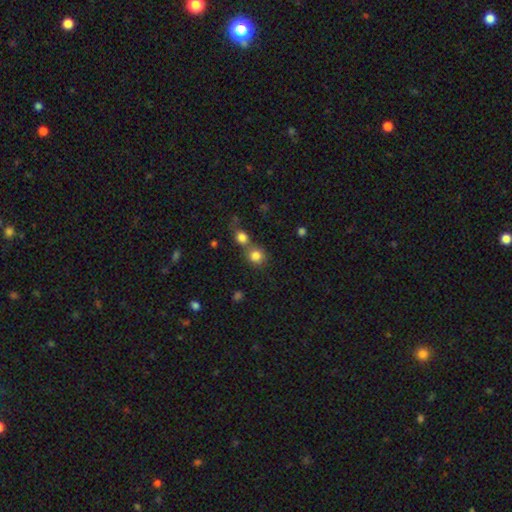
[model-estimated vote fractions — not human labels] Overall: smooth (82%). How rounded: round (87%). Merging: none (49%; merger 40%).